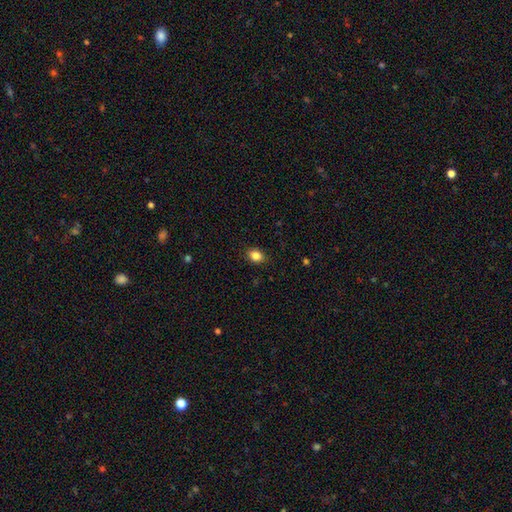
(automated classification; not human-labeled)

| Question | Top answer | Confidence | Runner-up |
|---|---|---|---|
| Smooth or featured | smooth | 85% | star or artifact (10%) |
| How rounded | in between | 60% | round (39%) |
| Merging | none | 87% | minor disturbance (9%) |